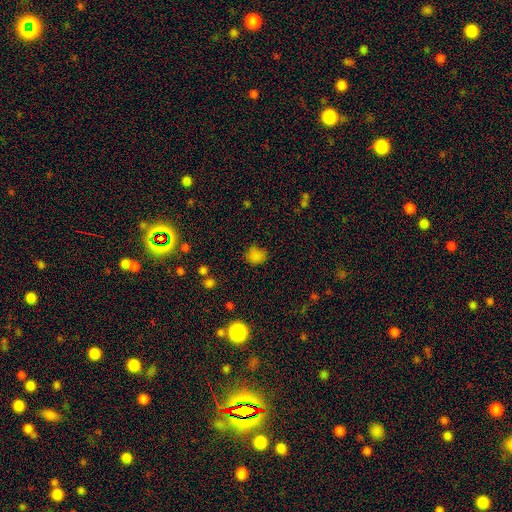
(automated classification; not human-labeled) Q: Smooth or featured?
A: smooth (77%); runner-up: star or artifact (18%)
Q: How rounded?
A: round (73%); runner-up: in between (26%)
Q: Merging?
A: none (74%); runner-up: minor disturbance (18%)